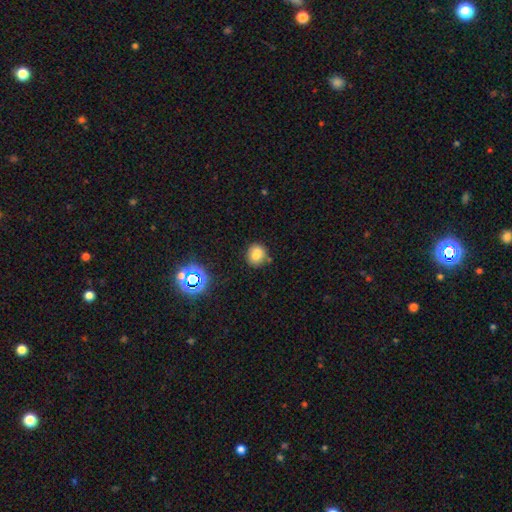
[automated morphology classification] Smooth or featured?
  - smooth: 74% *
  - star or artifact: 15%
  - featured or disk: 11%
How rounded?
  - round: 73% *
  - in between: 26%
  - cigar-shaped: 1%
Merging?
  - none: 74% *
  - minor disturbance: 14%
  - merger: 8%
  - major disturbance: 3%